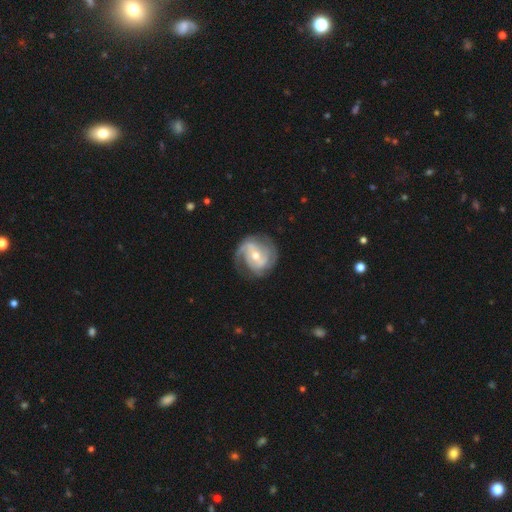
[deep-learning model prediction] Q: Smooth or featured?
A: featured or disk (87%); runner-up: smooth (8%)
Q: Edge-on disk?
A: no (98%); runner-up: yes (2%)
Q: Bar?
A: weak (41%); runner-up: no (39%)
Q: Spiral arms?
A: yes (96%); runner-up: no (4%)
Q: Spiral winding?
A: tight (50%); runner-up: medium (38%)
Q: Spiral arm count?
A: 2 (45%); runner-up: 3 (22%)
Q: Bulge size?
A: moderate (57%); runner-up: small (40%)
Q: Merging?
A: none (72%); runner-up: minor disturbance (18%)